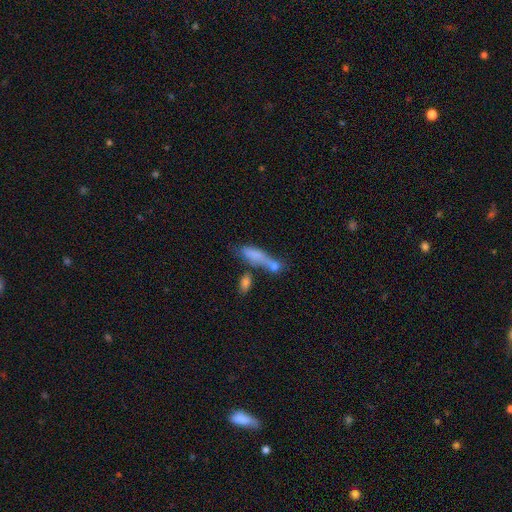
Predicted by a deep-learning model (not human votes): The model was most divided on "merging": merger: 35%, none: 33%, minor disturbance: 18%, major disturbance: 14%. More confident: smooth or featured — smooth (69%); how rounded — cigar-shaped (58%).